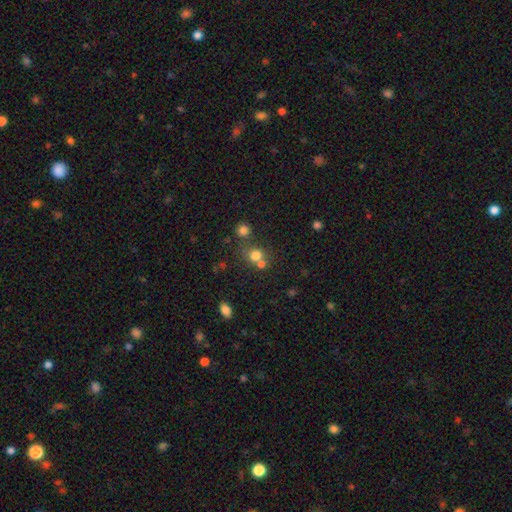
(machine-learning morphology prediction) A smooth galaxy with no disk features (73%) that is round (79%).

Vote fractions:
- Smooth or featured? smooth: 73% / star or artifact: 16% / featured or disk: 11%
- How rounded? round: 79% / in between: 20% / cigar-shaped: 1%
- Merging? none: 49% / merger: 38% / minor disturbance: 9% / major disturbance: 5%